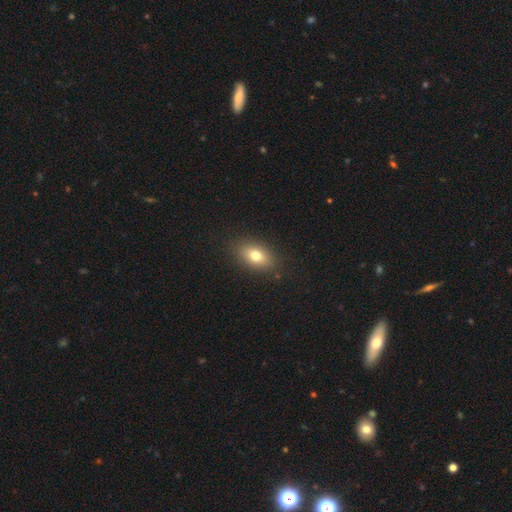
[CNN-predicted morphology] A smooth galaxy with no disk features (75%) that is in between round and cigar-shaped (83%). Merging: none (87%).